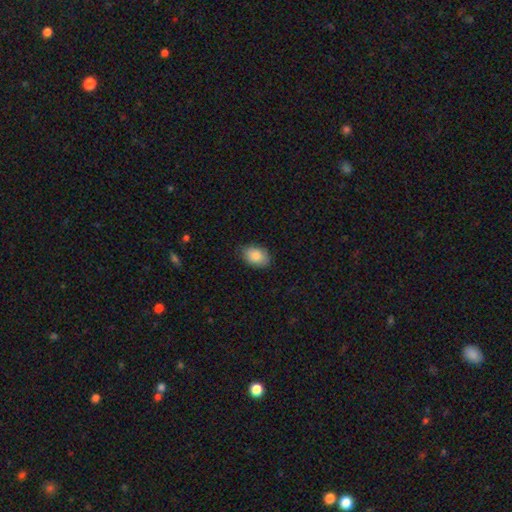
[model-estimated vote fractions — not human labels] The model was most divided on "merging": none: 81%, minor disturbance: 15%, major disturbance: 3%, merger: 1%. More confident: smooth or featured — smooth (87%); how rounded — in between (86%).